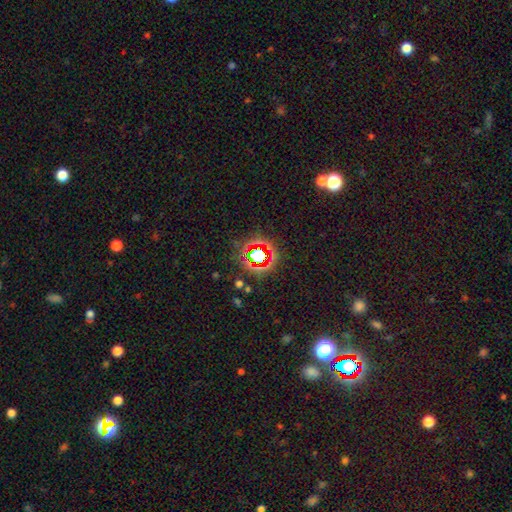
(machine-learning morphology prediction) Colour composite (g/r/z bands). It shows a star or artifact, not a galaxy (68%).